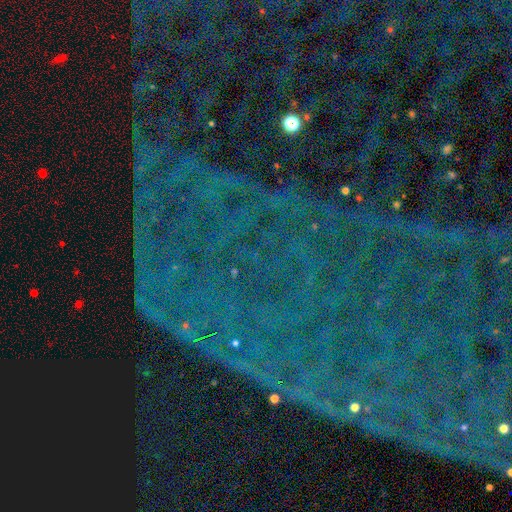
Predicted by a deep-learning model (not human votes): This appears to be a star or artifact, not a galaxy (87%).